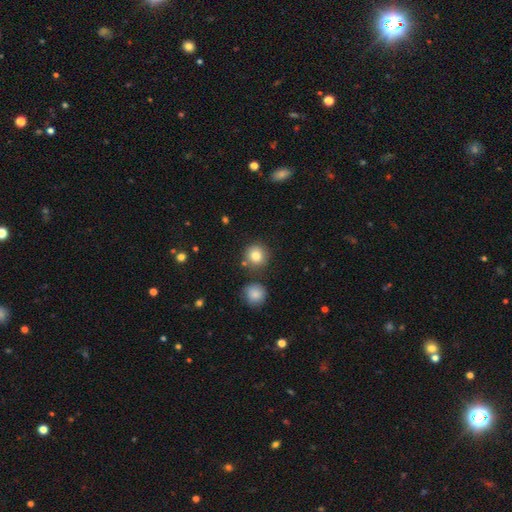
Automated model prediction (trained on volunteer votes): A smooth galaxy with no disk features (82%) that is round (92%).

Vote fractions:
- Smooth or featured? smooth: 82% / star or artifact: 10% / featured or disk: 7%
- How rounded? round: 92% / in between: 7% / cigar-shaped: 1%
- Merging? none: 81% / minor disturbance: 9% / merger: 8% / major disturbance: 3%